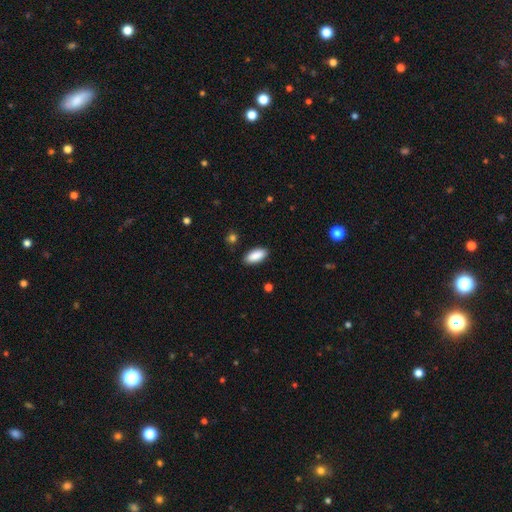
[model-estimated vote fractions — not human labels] smooth-or-featured: smooth: 90% | star or artifact: 6% | featured or disk: 4%
  how-rounded: in between: 87% | cigar-shaped: 11% | round: 2%
  merging: none: 89% | minor disturbance: 8% | major disturbance: 2% | merger: 1%